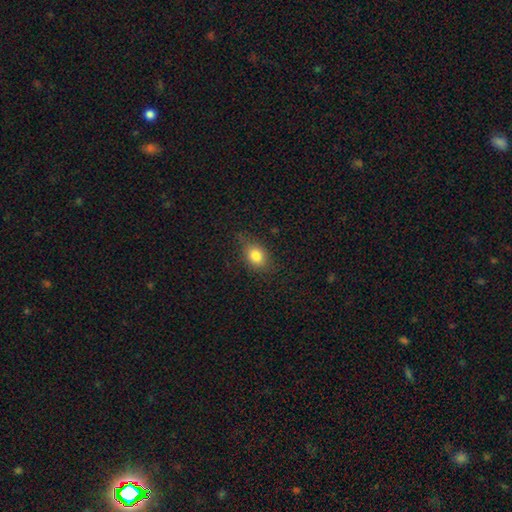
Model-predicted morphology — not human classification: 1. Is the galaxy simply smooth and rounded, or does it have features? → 80% smooth, 10% star or artifact, 9% featured or disk.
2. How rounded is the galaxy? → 61% in between, 37% round, 2% cigar-shaped.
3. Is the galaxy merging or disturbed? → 72% none, 21% minor disturbance, 5% major disturbance, 1% merger.